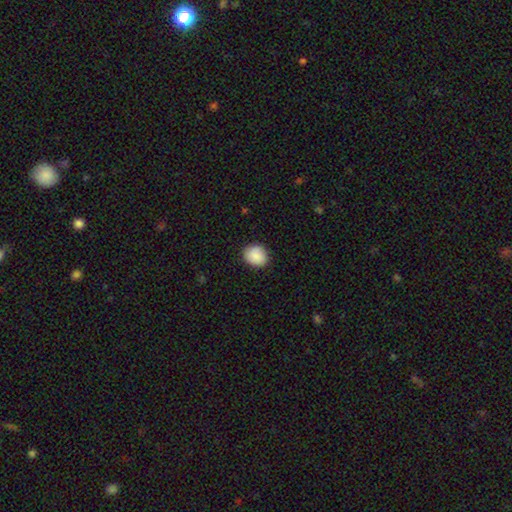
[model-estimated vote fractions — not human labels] Smooth or featured?
  - smooth: 88% *
  - star or artifact: 7%
  - featured or disk: 5%
How rounded?
  - round: 69% *
  - in between: 31%
  - cigar-shaped: 1%
Merging?
  - none: 86% *
  - minor disturbance: 11%
  - major disturbance: 2%
  - merger: 1%